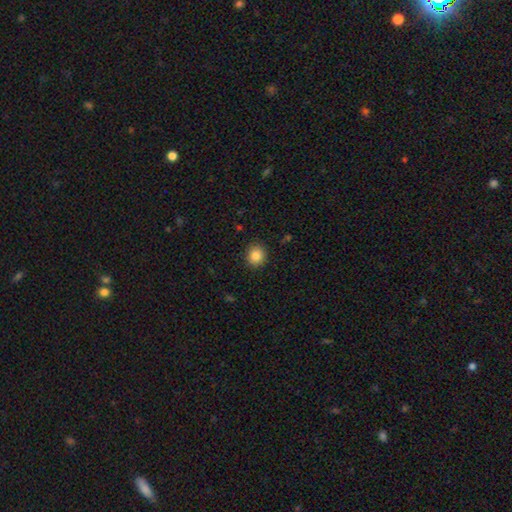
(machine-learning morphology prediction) smooth 85%, star or artifact 10%, featured or disk 5%. Down the decision tree: how rounded — round (79%); merging — none (89%).